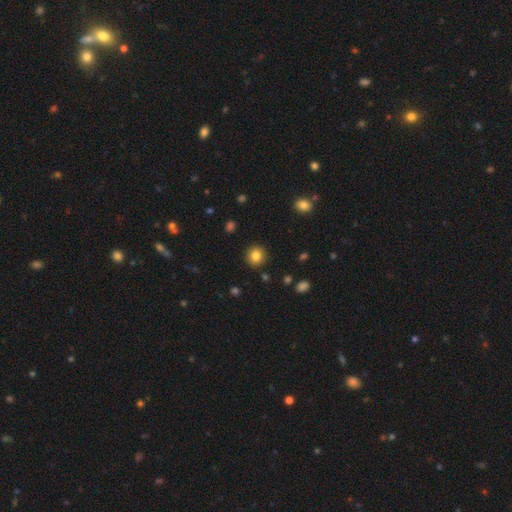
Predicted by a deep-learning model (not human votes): smooth_or_featured: smooth (p=0.83) [alt: star or artifact p=0.10]
how_rounded: round (p=0.92) [alt: in between p=0.07]
merging: none (p=0.91) [alt: minor disturbance p=0.06]